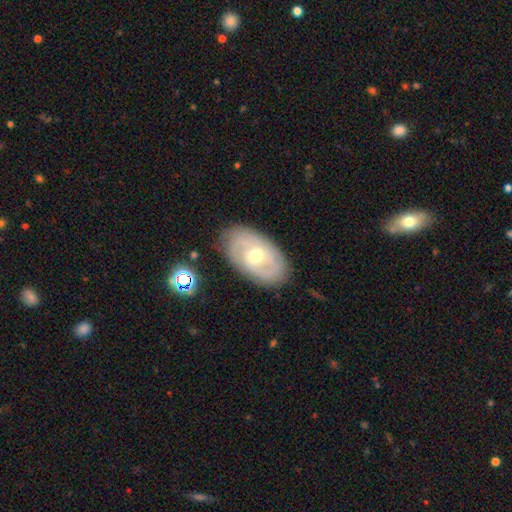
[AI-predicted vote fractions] A featured or disk galaxy (72%) with no bar (56%), 2 (44%) tight (59%) spiral arms (79%) and a moderate central bulge (70%). Merging: none (81%).